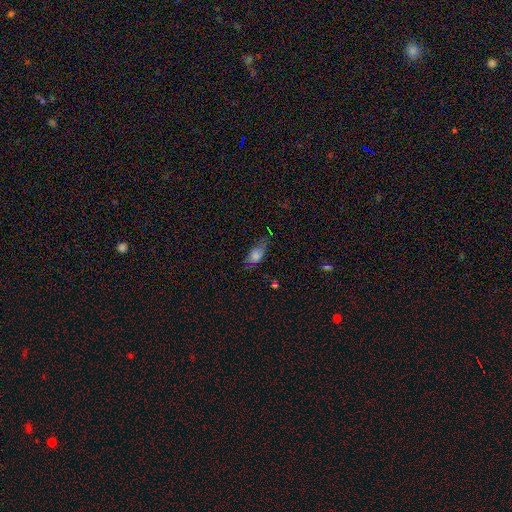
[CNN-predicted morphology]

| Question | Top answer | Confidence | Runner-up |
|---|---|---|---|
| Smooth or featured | smooth | 69% | featured or disk (20%) |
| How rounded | in between | 81% | cigar-shaped (14%) |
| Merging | none | 57% | minor disturbance (30%) |